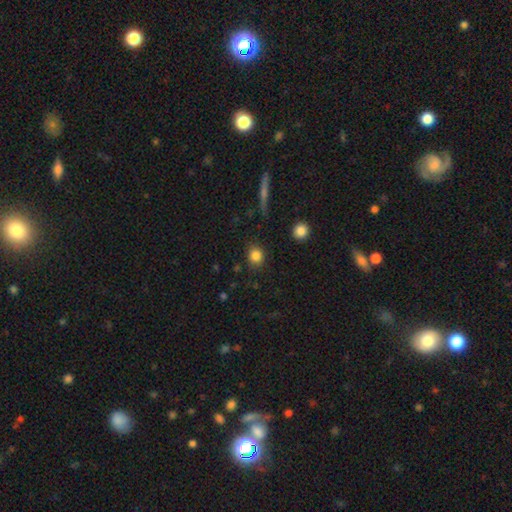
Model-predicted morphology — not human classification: This appears to be a smooth galaxy with no disk features (84%) that is round (77%). Merging: none (84%).